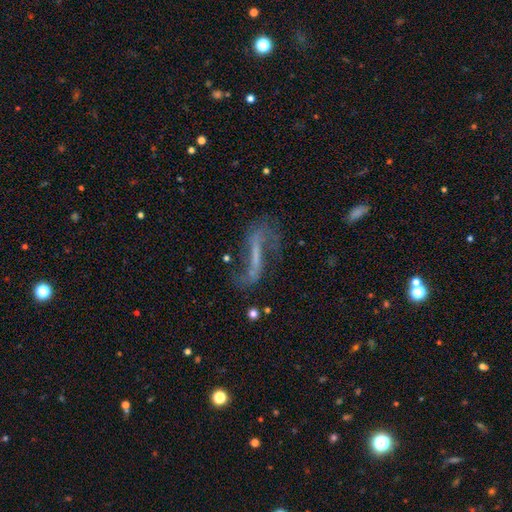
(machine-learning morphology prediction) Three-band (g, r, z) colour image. It shows a featured or disk galaxy (71%) with a strong bar (58%), spiral arms (79%) and no central bulge (57%). Merging: none (55%).